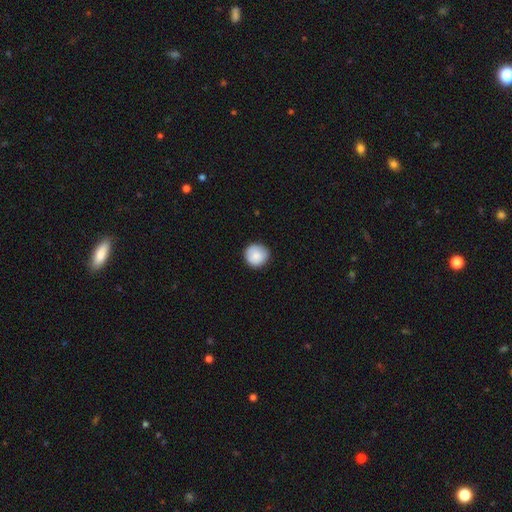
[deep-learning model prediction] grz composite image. It shows a smooth galaxy with no disk features (85%) that is round (94%). Merging: none (86%).